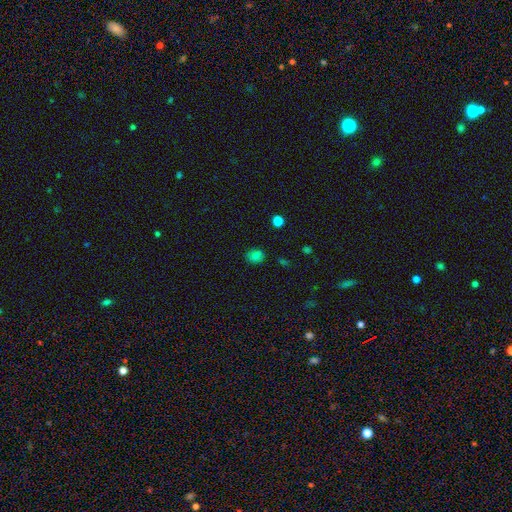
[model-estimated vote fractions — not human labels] A smooth galaxy with no disk features (77%) that is round (64%). Merging: none (85%).